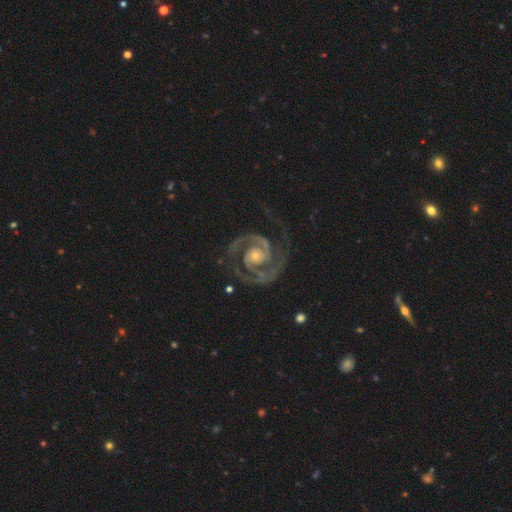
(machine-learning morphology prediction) Overall: featured or disk (93%). Edge-on disk: no (98%). Bar: no (67%). Spiral arms: yes (99%). Spiral arm count: 2 (92%). Spiral winding: tight (54%; medium 40%). Bulge size: small (63%; moderate 31%). Merging: none (75%).